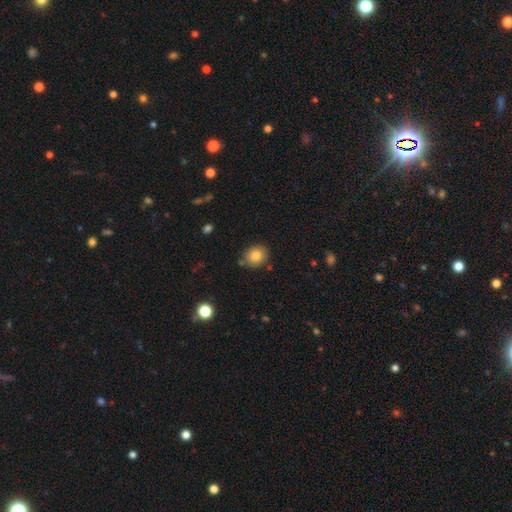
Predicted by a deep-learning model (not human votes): Morphology: type=smooth (81%); roundness=round (71%); merging=none (81%).